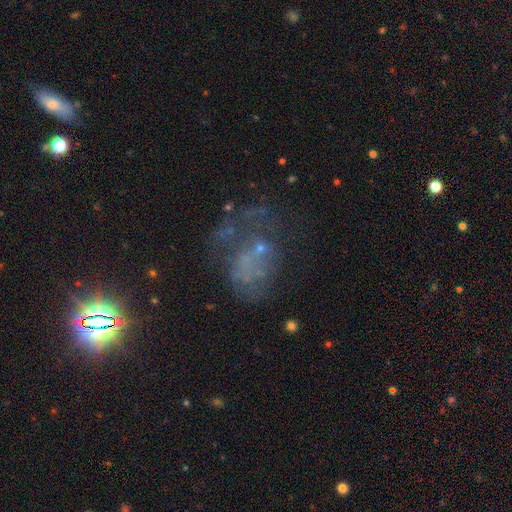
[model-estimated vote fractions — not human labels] Q: Smooth or featured?
A: featured or disk (44%); runner-up: star or artifact (30%)
Q: Merging?
A: major disturbance (36%); tied with: none (36%)